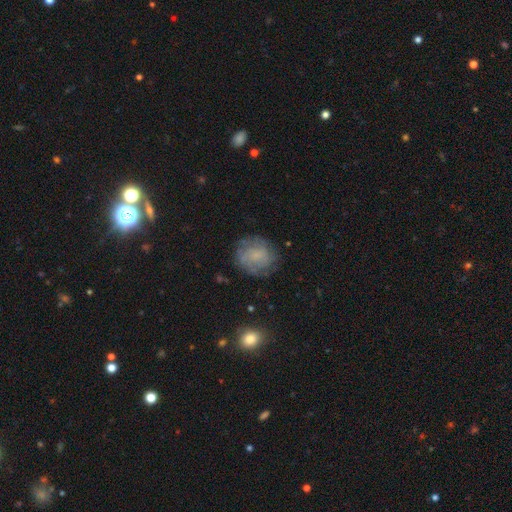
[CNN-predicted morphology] A smooth galaxy with no disk features (46%).

Vote fractions:
- Smooth or featured? smooth: 46% / featured or disk: 43% / star or artifact: 11%
- Merging? none: 72% / minor disturbance: 18% / major disturbance: 9% / merger: 1%